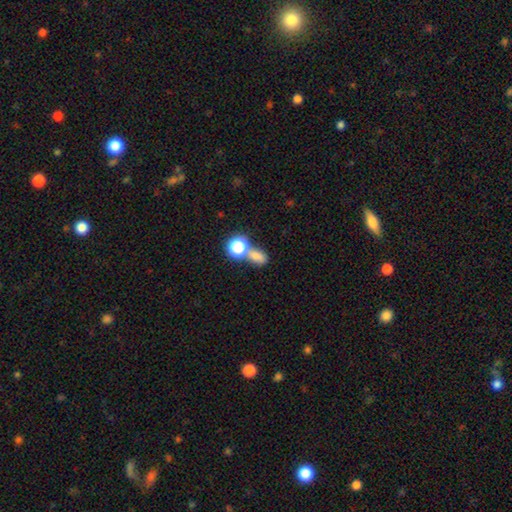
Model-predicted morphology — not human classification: The model was most divided on "merging": none: 45%, merger: 39%, minor disturbance: 10%, major disturbance: 6%. More confident: smooth or featured — smooth (73%); how rounded — in between (64%).